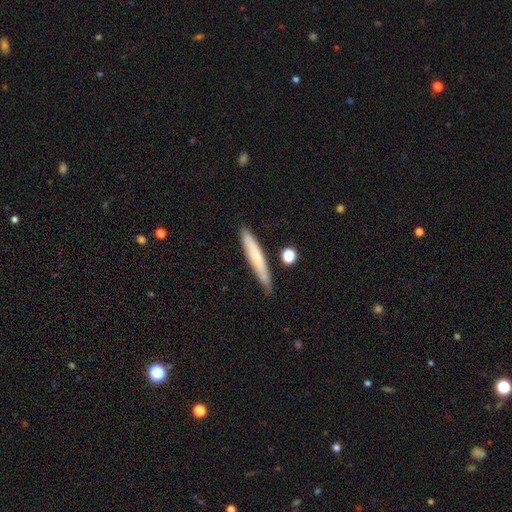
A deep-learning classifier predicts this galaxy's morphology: smooth_or_featured: smooth (p=0.62) [alt: featured or disk p=0.31]
how_rounded: cigar-shaped (p=0.94) [alt: in between p=0.05]
merging: none (p=0.80) [alt: minor disturbance p=0.14]